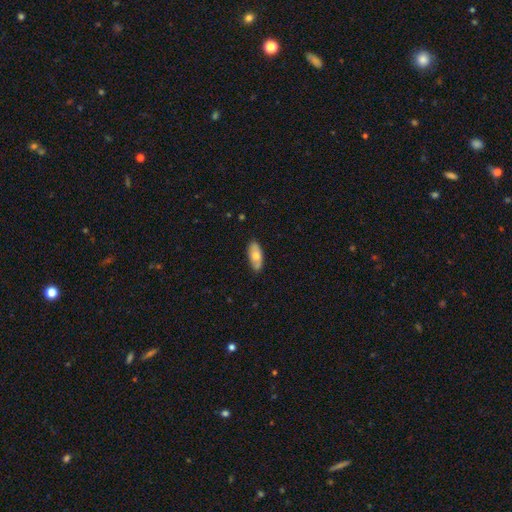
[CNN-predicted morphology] This is likely a smooth galaxy (61%). How rounded: clearly in between (87%). Merging: clearly none (81%).